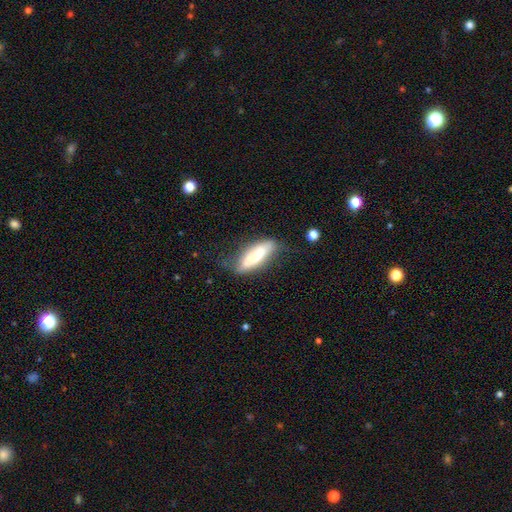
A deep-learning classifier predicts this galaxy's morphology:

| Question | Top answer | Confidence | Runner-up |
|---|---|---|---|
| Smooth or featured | smooth | 73% | featured or disk (21%) |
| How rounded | in between | 50% | cigar-shaped (49%) |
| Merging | none | 55% | minor disturbance (29%) |